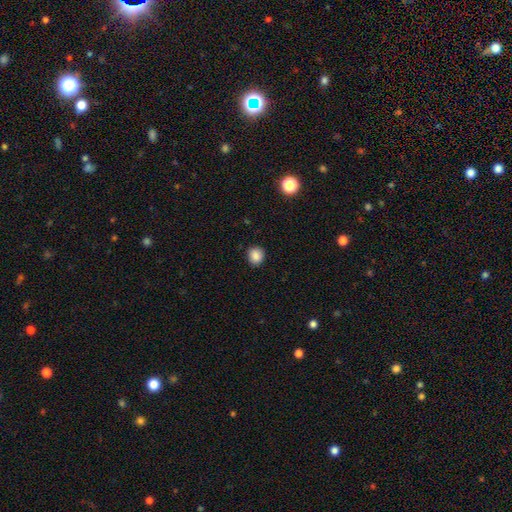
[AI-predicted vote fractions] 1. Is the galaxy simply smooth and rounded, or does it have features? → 86% smooth, 10% star or artifact, 4% featured or disk.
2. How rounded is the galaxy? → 80% round, 19% in between, 1% cigar-shaped.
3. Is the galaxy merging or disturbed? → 88% none, 9% minor disturbance, 2% major disturbance, 1% merger.